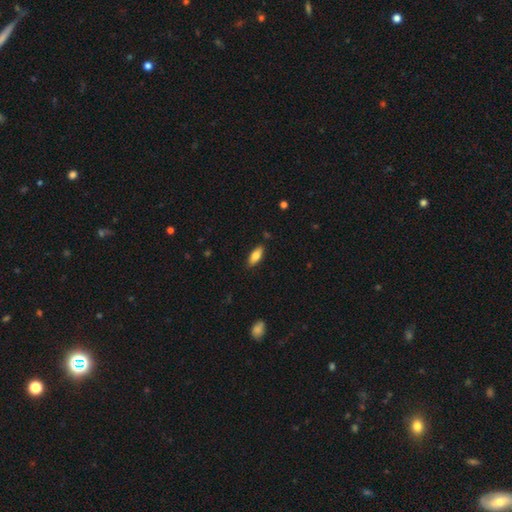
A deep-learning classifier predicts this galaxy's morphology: This is likely a smooth galaxy (78%). How rounded: clearly in between (81%). Merging: clearly none (87%).